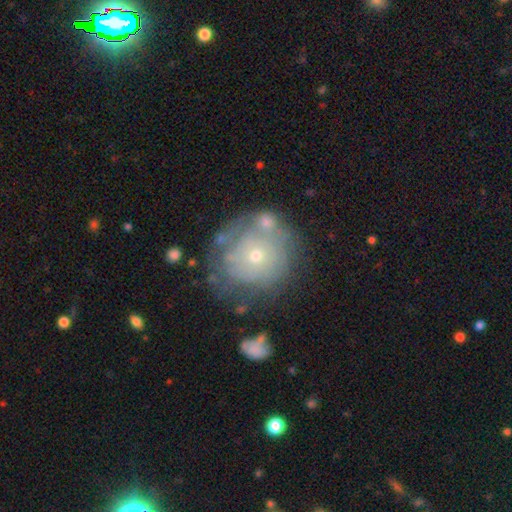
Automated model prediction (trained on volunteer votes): This appears to be a featured or disk galaxy (52%) with no bar (89%), no spiral arms (50%, tied with yes) and a small central bulge (64%). Merging: none (55%).